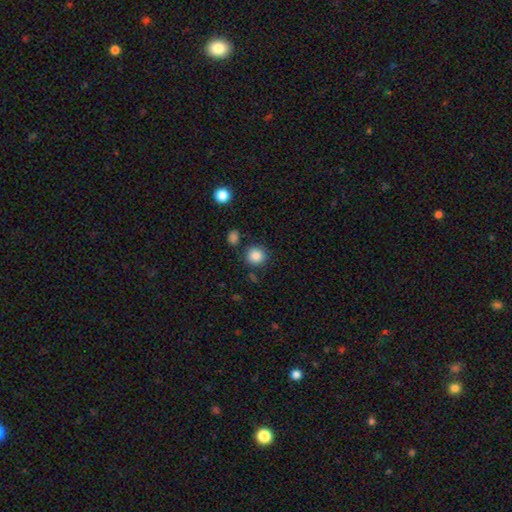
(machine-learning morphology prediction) Q: Smooth or featured?
A: smooth (86%); runner-up: star or artifact (10%)
Q: How rounded?
A: round (91%); runner-up: in between (8%)
Q: Merging?
A: none (83%); runner-up: minor disturbance (9%)